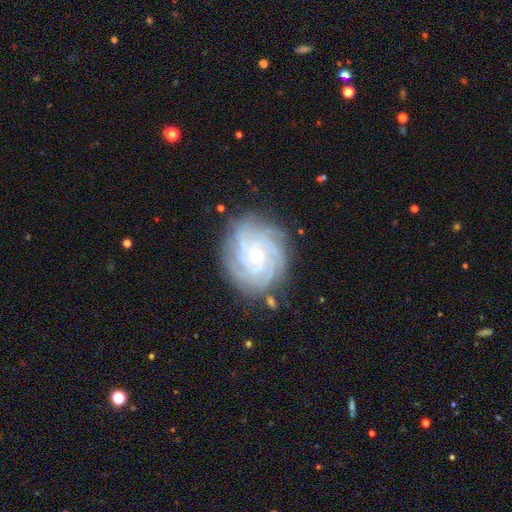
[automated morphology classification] Overall: featured or disk (89%). Edge-on disk: no (97%). Bar: no (68%). Spiral arms: yes (98%). Spiral arm count: 4 (33%; more than 4 21%). Spiral winding: tight (82%). Bulge size: small (54%; moderate 42%). Merging: none (82%).